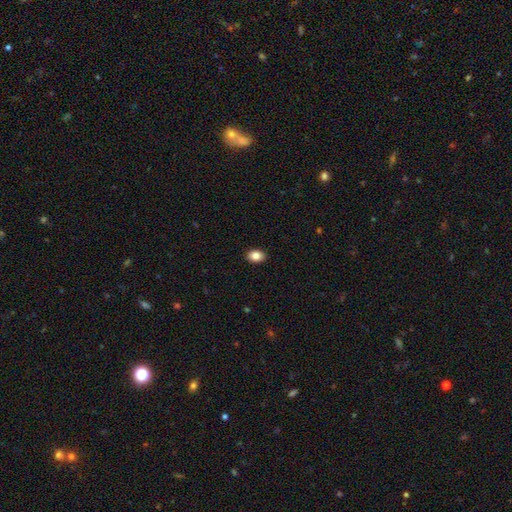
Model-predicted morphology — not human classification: Q: Smooth or featured?
A: smooth (85%); runner-up: star or artifact (8%)
Q: How rounded?
A: in between (81%); runner-up: round (18%)
Q: Merging?
A: none (90%); runner-up: minor disturbance (7%)